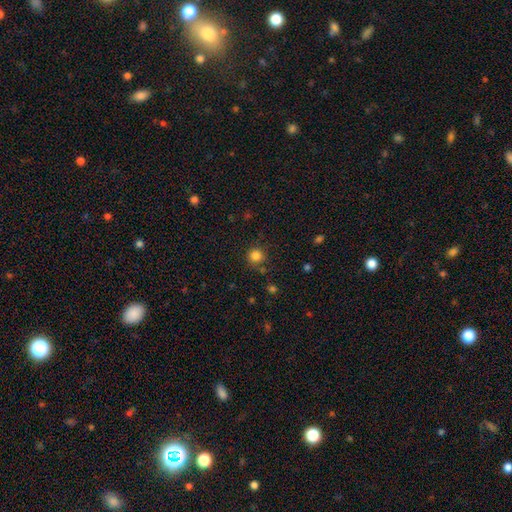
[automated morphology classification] Q: Smooth or featured?
A: smooth (83%); runner-up: star or artifact (13%)
Q: How rounded?
A: round (93%); runner-up: in between (6%)
Q: Merging?
A: none (82%); runner-up: minor disturbance (10%)